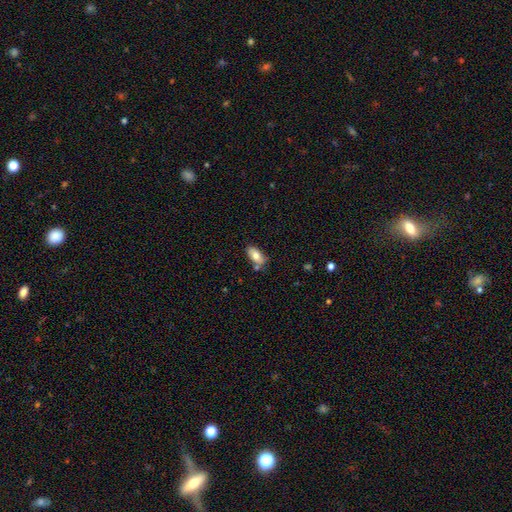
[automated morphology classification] Overall: smooth (74%). How rounded: in between (91%). Merging: none (68%).